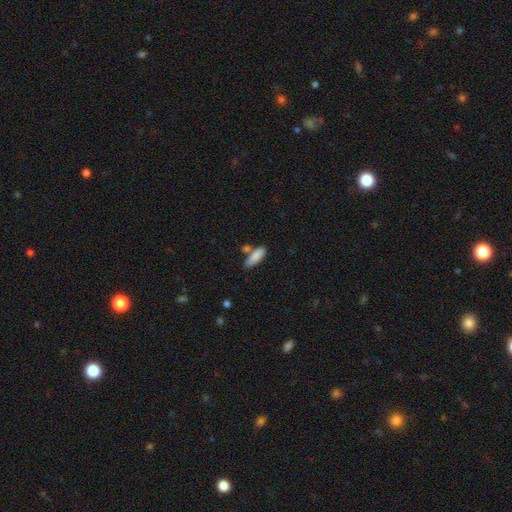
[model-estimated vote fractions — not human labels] A smooth galaxy with no disk features (85%) that is in between round and cigar-shaped (64%).

Vote fractions:
- Smooth or featured? smooth: 85% / featured or disk: 9% / star or artifact: 7%
- How rounded? in between: 64% / cigar-shaped: 34% / round: 2%
- Merging? none: 59% / minor disturbance: 19% / merger: 18% / major disturbance: 5%